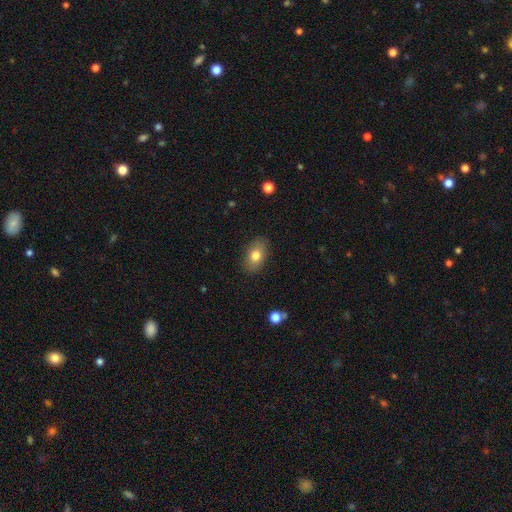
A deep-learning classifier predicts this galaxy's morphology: A smooth galaxy with no disk features (79%) that is in between round and cigar-shaped (86%).

Vote fractions:
- Smooth or featured? smooth: 79% / featured or disk: 13% / star or artifact: 8%
- How rounded? in between: 86% / round: 12% / cigar-shaped: 2%
- Merging? none: 86% / minor disturbance: 10% / major disturbance: 3% / merger: 1%